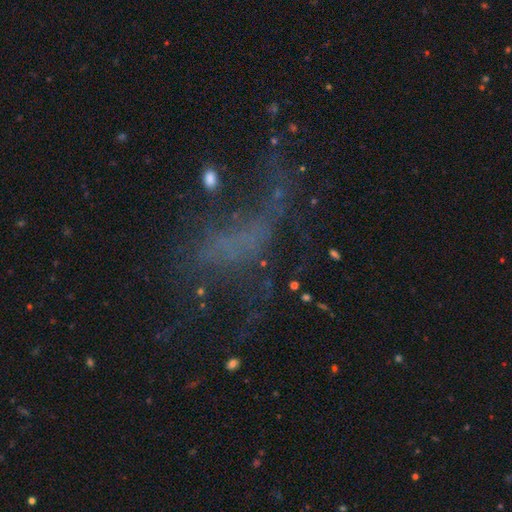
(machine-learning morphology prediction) type=featured or disk (49%); merging=major disturbance (44%).